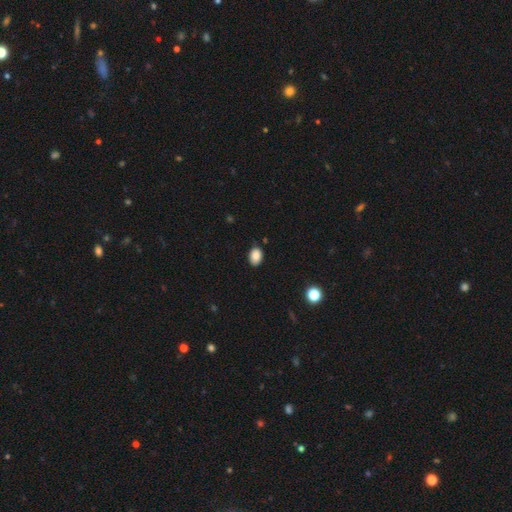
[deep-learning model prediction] smooth 86%, star or artifact 9%, featured or disk 5%. Down the decision tree: how rounded — in between (78%); merging — none (84%).